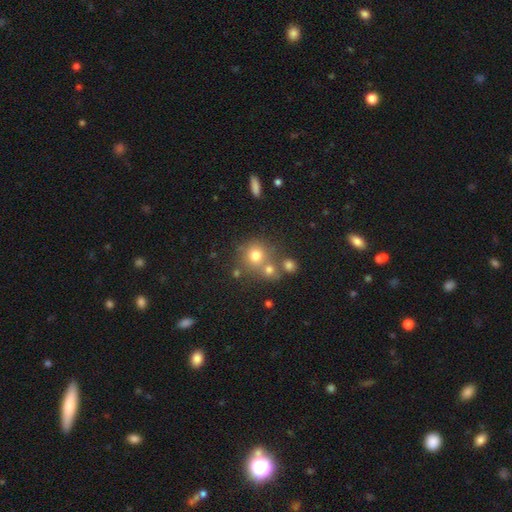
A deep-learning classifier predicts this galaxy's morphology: Overall: smooth (73%). How rounded: round (87%). Merging: none (56%; merger 30%).